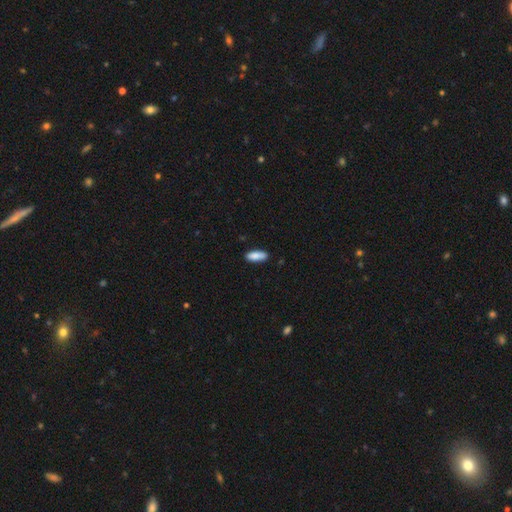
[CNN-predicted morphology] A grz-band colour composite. It shows a smooth galaxy with no disk features (88%) that is in between round and cigar-shaped (67%). Merging: none (84%).